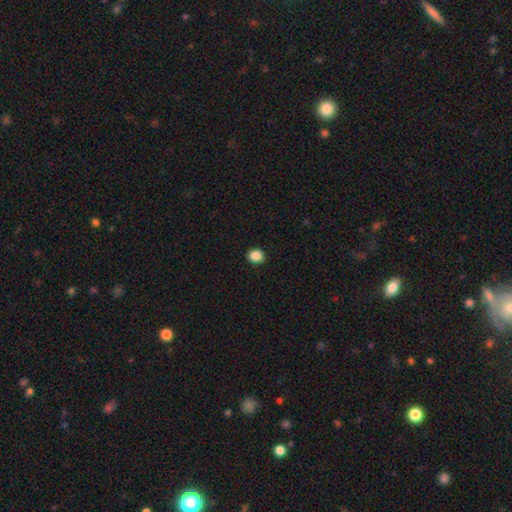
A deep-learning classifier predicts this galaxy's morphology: Smooth or featured: smooth — 87% (star or artifact — 10%)
How rounded: round — 71% (in between — 28%)
Merging: none — 92% (minor disturbance — 6%)